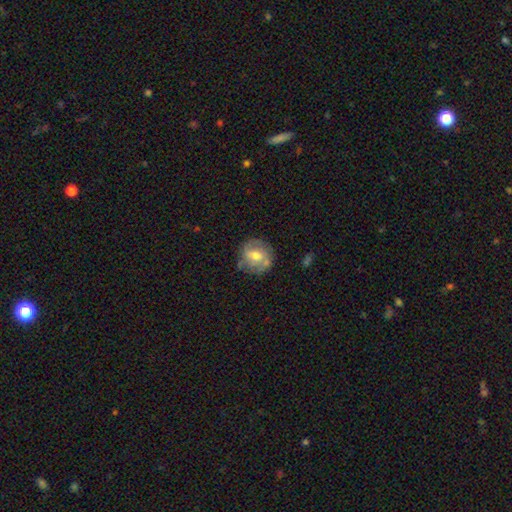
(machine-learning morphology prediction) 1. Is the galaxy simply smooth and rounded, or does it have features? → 56% featured or disk, 37% smooth, 7% star or artifact.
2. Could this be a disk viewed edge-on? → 97% no, 3% yes.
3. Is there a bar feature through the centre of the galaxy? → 46% weak, 39% no, 15% strong.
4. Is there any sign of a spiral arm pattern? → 66% yes, 34% no.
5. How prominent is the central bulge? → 67% moderate, 25% small, 6% large, 2% none, 1% dominant.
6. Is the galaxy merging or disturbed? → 65% none, 22% minor disturbance, 8% major disturbance, 5% merger.